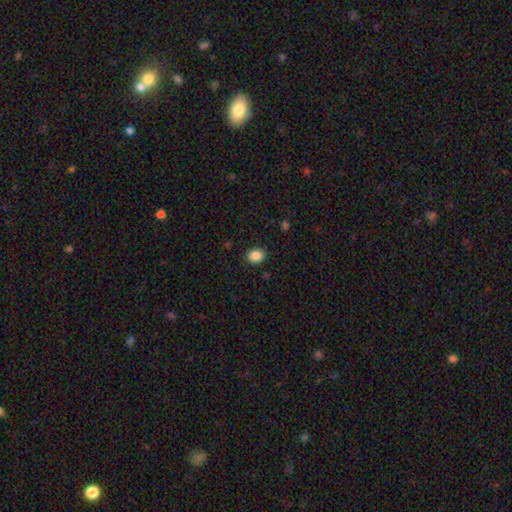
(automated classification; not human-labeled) smooth 87%, star or artifact 9%, featured or disk 4%. Down the decision tree: how rounded — in between (60%); merging — none (88%).